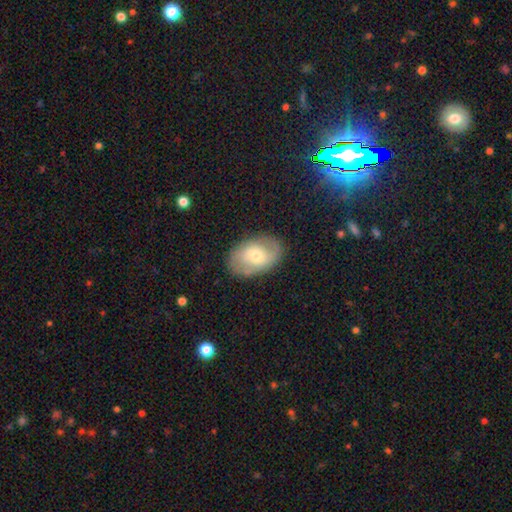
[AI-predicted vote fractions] smooth 47%, featured or disk 46%, star or artifact 7%. Down the decision tree: merging — none (81%).